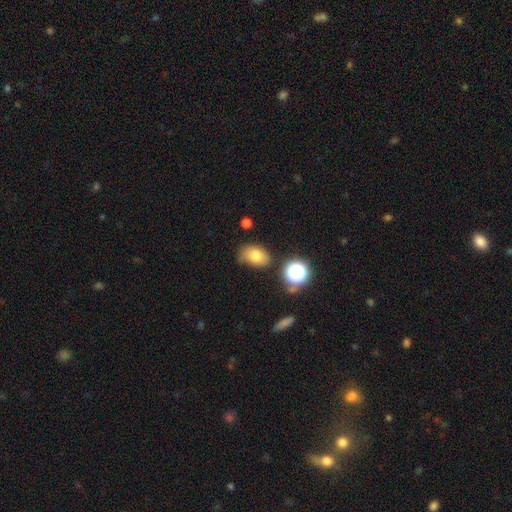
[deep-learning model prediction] The model was most divided on "merging": none: 60%, minor disturbance: 27%, major disturbance: 8%, merger: 5%. More confident: how rounded — in between (79%); smooth or featured — smooth (74%).